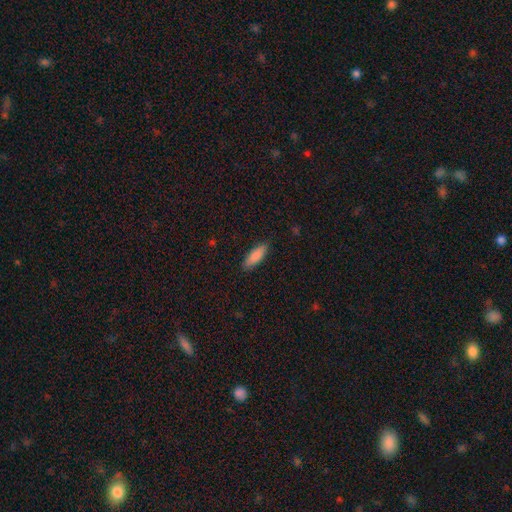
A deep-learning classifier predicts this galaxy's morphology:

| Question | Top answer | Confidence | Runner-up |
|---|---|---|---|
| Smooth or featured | smooth | 87% | featured or disk (7%) |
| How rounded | in between | 60% | cigar-shaped (38%) |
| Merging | none | 87% | minor disturbance (10%) |